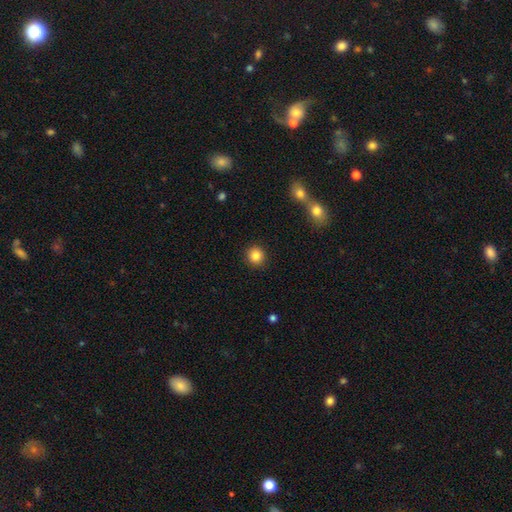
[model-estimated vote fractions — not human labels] Q: Smooth or featured?
A: smooth (85%); runner-up: star or artifact (10%)
Q: How rounded?
A: round (92%); runner-up: in between (7%)
Q: Merging?
A: none (91%); runner-up: minor disturbance (5%)